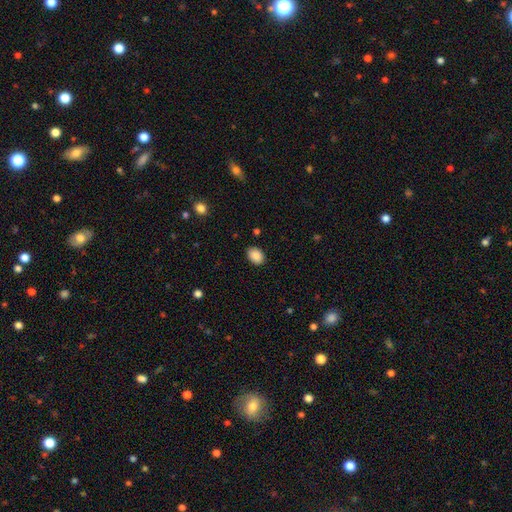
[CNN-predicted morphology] This appears to be a smooth galaxy with no disk features (89%) that is in between round and cigar-shaped (75%). Merging: none (88%).